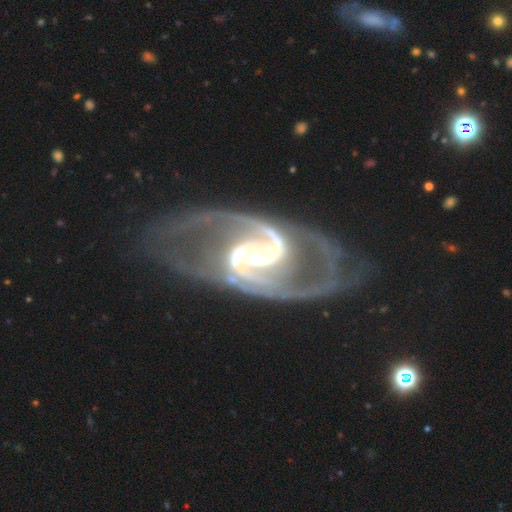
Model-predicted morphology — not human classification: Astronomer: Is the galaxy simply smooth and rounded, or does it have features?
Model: featured or disk — 94%.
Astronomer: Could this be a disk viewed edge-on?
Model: no — 97%.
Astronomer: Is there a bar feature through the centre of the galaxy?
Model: strong — 50% (runner-up: weak, 36%).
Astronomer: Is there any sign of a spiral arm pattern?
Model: yes — 98%.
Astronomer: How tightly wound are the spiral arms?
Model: medium — 56%.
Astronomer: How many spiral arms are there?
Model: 2 — 90%.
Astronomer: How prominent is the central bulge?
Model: small — 52% (runner-up: moderate, 40%).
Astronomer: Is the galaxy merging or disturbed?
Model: none — 59%.